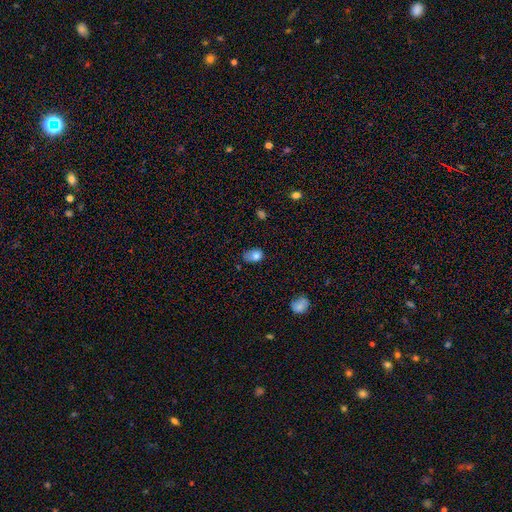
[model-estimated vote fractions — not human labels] smooth-or-featured: smooth: 77% | featured or disk: 13% | star or artifact: 10%
  how-rounded: in between: 76% | round: 23% | cigar-shaped: 1%
  merging: minor disturbance: 41% | none: 37% | major disturbance: 19% | merger: 4%